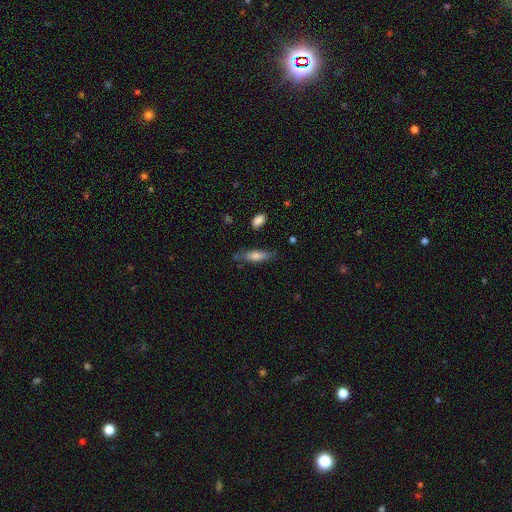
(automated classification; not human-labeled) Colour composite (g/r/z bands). It shows a smooth galaxy with no disk features (71%) that is cigar-shaped (54%). Merging: none (68%).